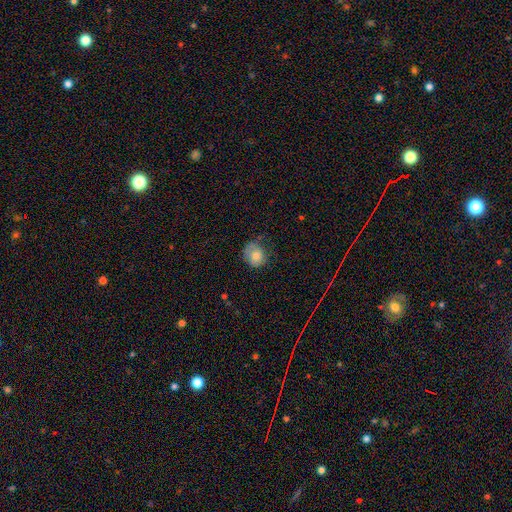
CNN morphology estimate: Smooth or featured? Predicted: smooth (p=0.70). How rounded? Predicted: round (p=0.69). Merging? Predicted: none (p=0.49).